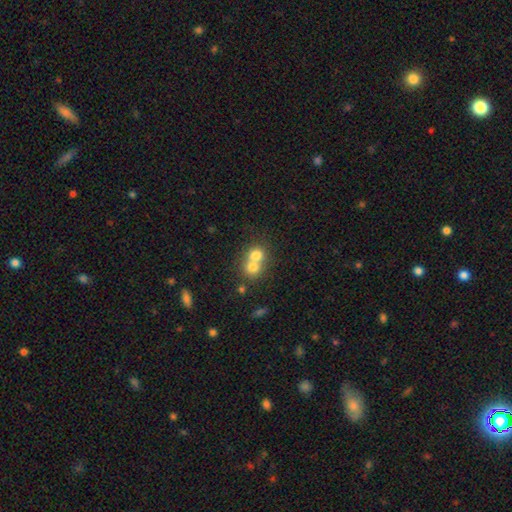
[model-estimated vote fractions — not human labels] Morphology: type=smooth (73%); roundness=round (78%); merging=merger (68%).